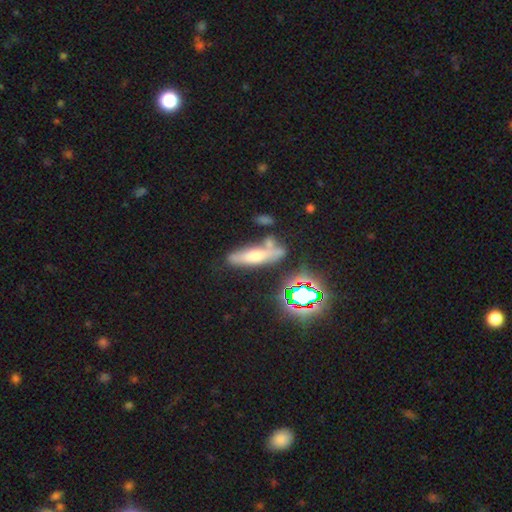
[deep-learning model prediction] The model was most divided on "smooth or featured": featured or disk: 34%, star or artifact: 33%, smooth: 33%. More confident: merging — none (60%).